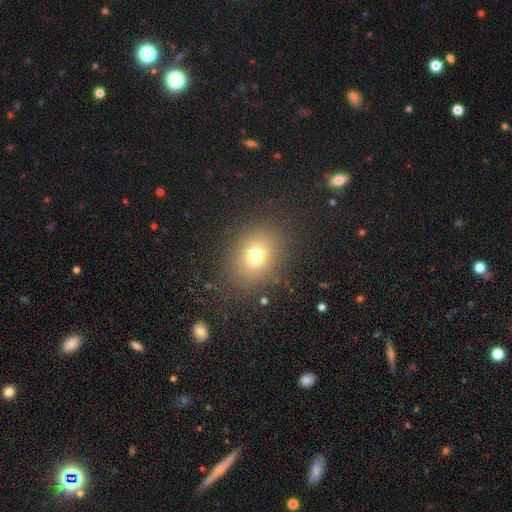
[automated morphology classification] This is likely a smooth galaxy (72%). How rounded: possibly round (59%). Merging: clearly none (84%).